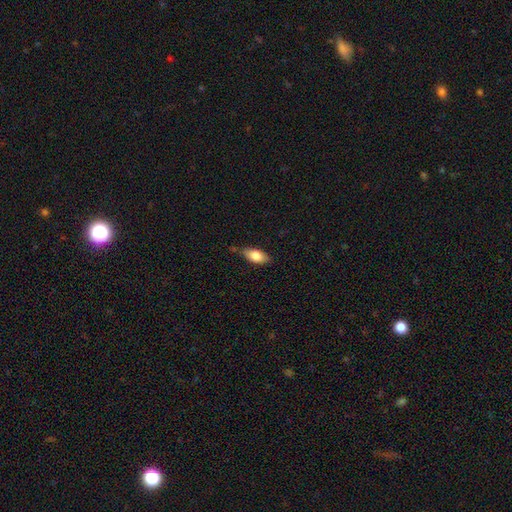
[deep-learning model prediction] A smooth galaxy with no disk features (79%) that is in between round and cigar-shaped (87%). Merging: none (73%).